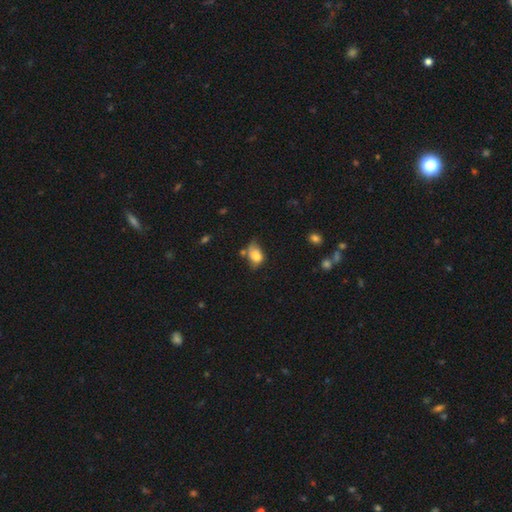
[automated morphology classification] type=smooth (74%); roundness=in between (78%); merging=minor disturbance (37%).